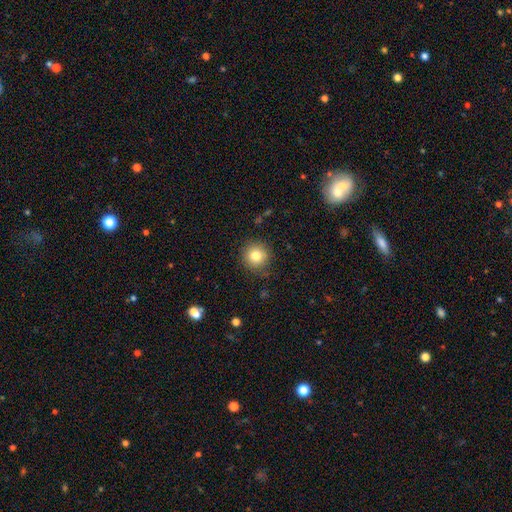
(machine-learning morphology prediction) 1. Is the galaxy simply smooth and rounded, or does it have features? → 80% smooth, 11% star or artifact, 8% featured or disk.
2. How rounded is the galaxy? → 94% round, 5% in between, 1% cigar-shaped.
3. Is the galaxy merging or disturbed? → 87% none, 9% minor disturbance, 3% major disturbance, 1% merger.